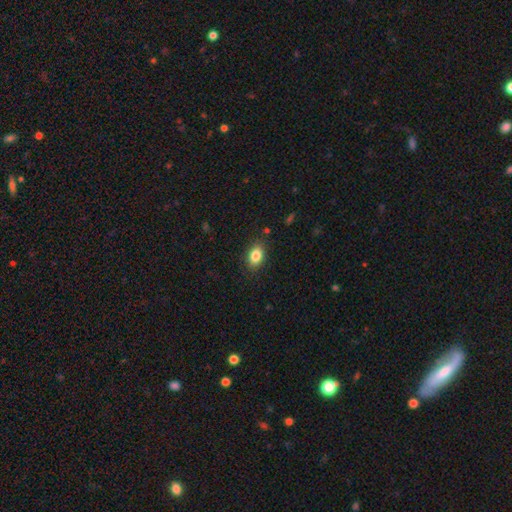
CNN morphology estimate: Smooth or featured: smooth — 84% (star or artifact — 8%)
How rounded: in between — 85% (round — 13%)
Merging: none — 85% (minor disturbance — 11%)